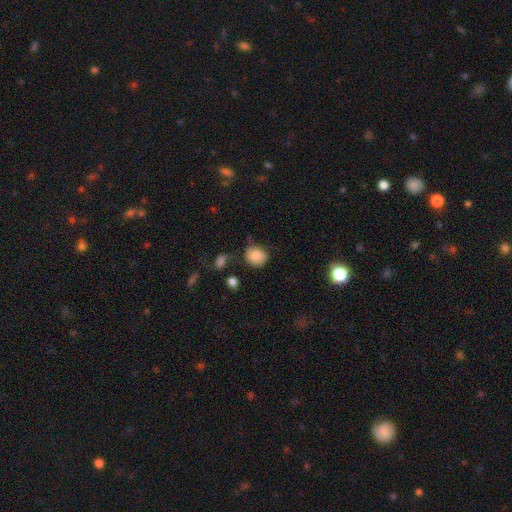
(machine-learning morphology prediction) type=smooth (81%); roundness=round (70%); merging=none (52%).